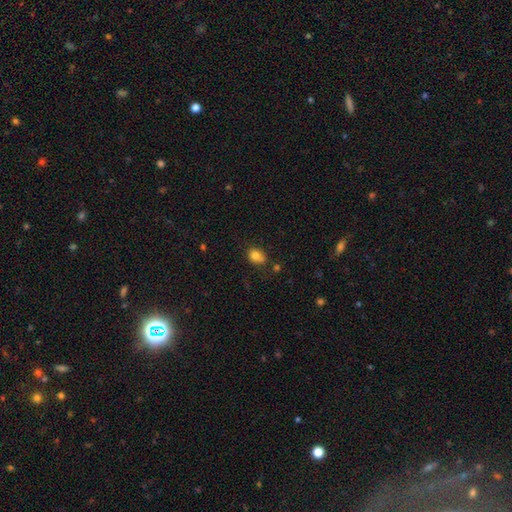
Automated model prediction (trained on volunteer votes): Smooth or featured? Predicted: smooth (p=0.80). How rounded? Predicted: in between (p=0.57). Merging? Predicted: none (p=0.61).